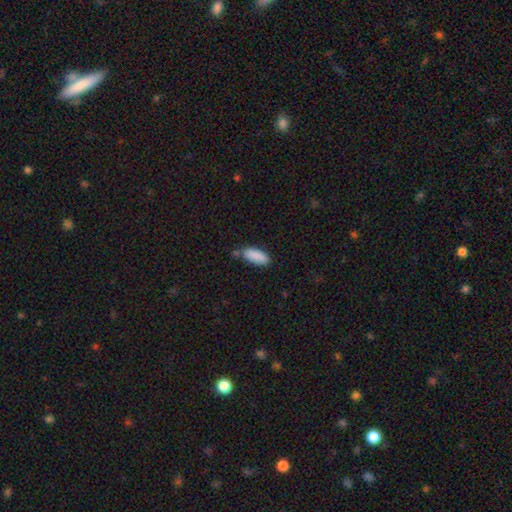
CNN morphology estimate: This is clearly a smooth galaxy (89%). How rounded: likely in between (77%). Merging: likely none (73%).